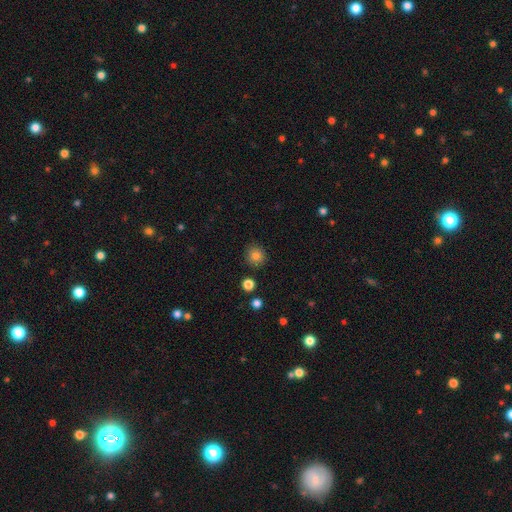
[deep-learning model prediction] This appears to be a smooth galaxy with no disk features (84%) that is round (91%). Merging: none (88%).